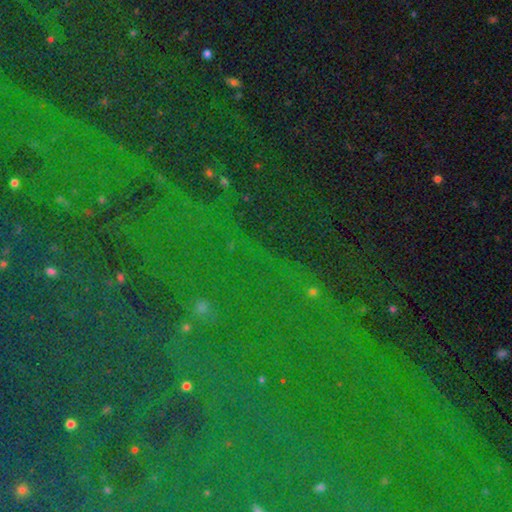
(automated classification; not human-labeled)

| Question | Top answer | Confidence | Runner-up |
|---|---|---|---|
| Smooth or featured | star or artifact | 84% | smooth (8%) |